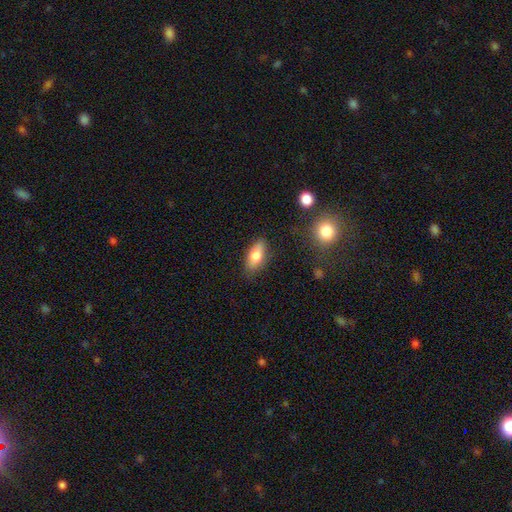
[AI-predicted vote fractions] Smooth or featured: smooth — 74% (featured or disk — 18%)
How rounded: in between — 83% (cigar-shaped — 13%)
Merging: none — 82% (minor disturbance — 14%)